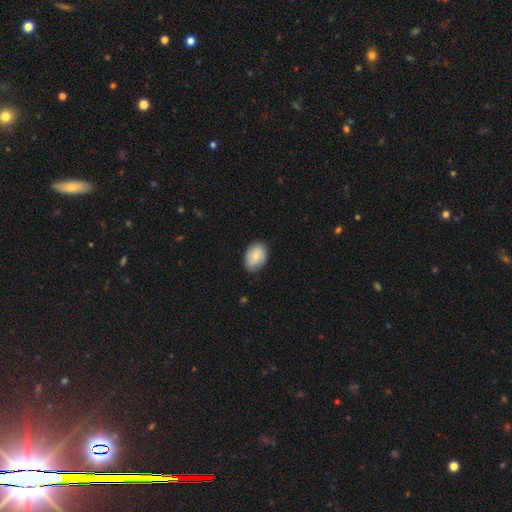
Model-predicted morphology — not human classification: type=smooth (71%); roundness=in between (79%); merging=none (81%).